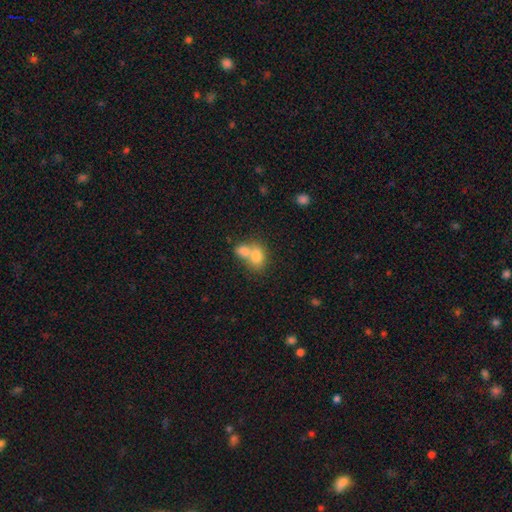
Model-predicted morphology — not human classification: Smooth or featured?
  - smooth: 77% *
  - featured or disk: 14%
  - star or artifact: 9%
How rounded?
  - in between: 64% *
  - round: 35%
  - cigar-shaped: 1%
Merging?
  - merger: 67% *
  - none: 23%
  - minor disturbance: 7%
  - major disturbance: 3%